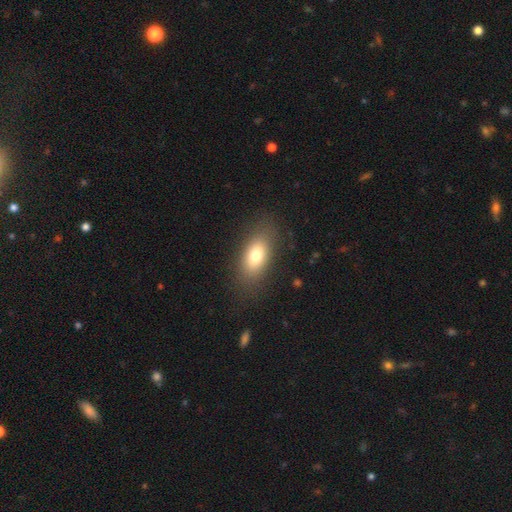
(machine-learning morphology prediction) The model was most divided on "smooth or featured": smooth: 76%, featured or disk: 15%, star or artifact: 9%. More confident: how rounded — in between (86%); merging — none (82%).